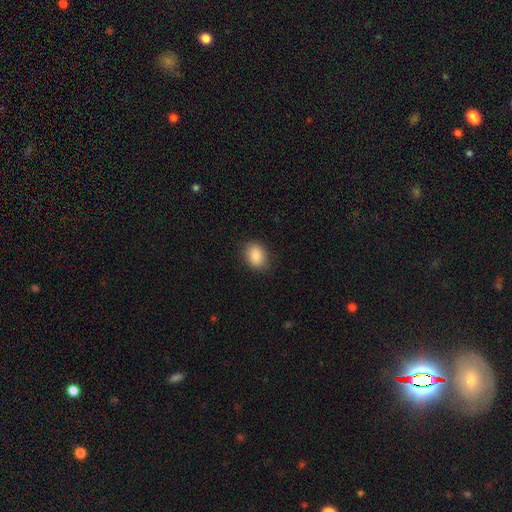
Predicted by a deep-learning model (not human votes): Q: Smooth or featured?
A: smooth (88%); runner-up: star or artifact (8%)
Q: How rounded?
A: in between (69%); runner-up: round (30%)
Q: Merging?
A: none (85%); runner-up: minor disturbance (11%)